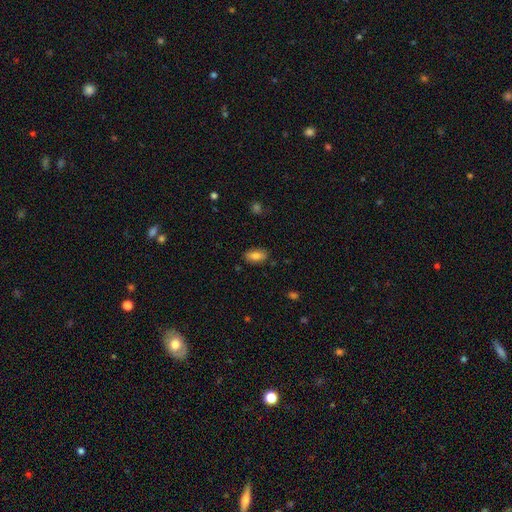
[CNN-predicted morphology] smooth_or_featured: smooth (p=0.79) [alt: featured or disk p=0.13]
how_rounded: in between (p=0.88) [alt: cigar-shaped p=0.08]
merging: none (p=0.85) [alt: minor disturbance p=0.11]